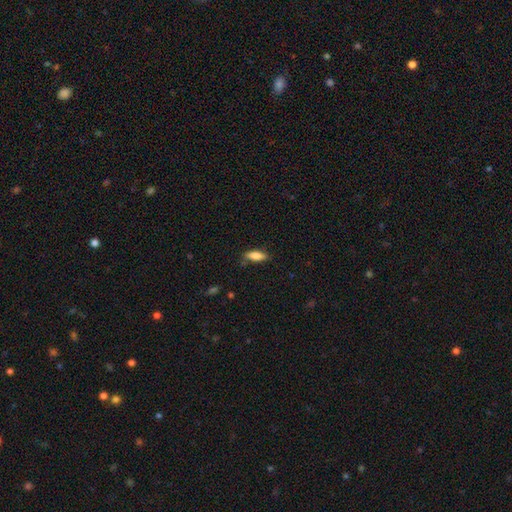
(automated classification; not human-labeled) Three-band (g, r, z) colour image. It shows a smooth galaxy with no disk features (80%) that is in between round and cigar-shaped (64%). Merging: none (72%).